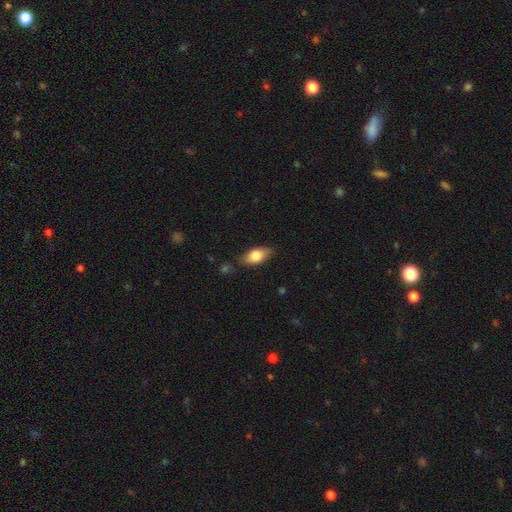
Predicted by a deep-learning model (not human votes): Overall: smooth (77%). How rounded: in between (86%). Merging: none (78%).